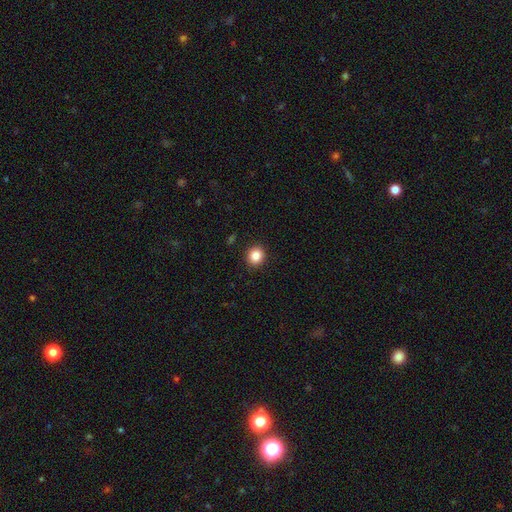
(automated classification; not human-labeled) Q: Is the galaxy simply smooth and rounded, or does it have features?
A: smooth — 85%.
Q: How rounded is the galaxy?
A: round — 86%.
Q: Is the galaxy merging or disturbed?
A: none — 92%.